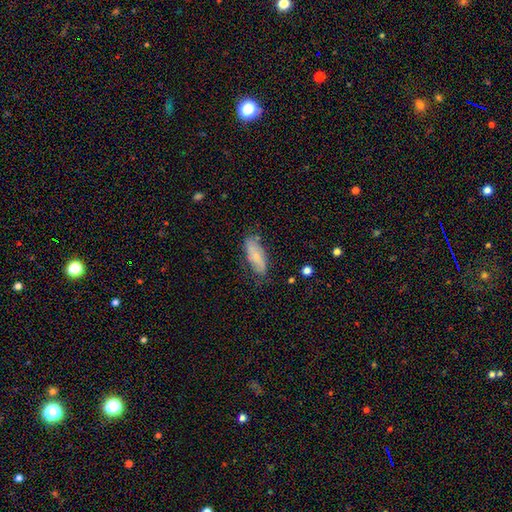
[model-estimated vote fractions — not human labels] The model was most divided on "smooth or featured": smooth: 62%, featured or disk: 31%, star or artifact: 7%. More confident: how rounded — in between (72%); merging — none (67%).